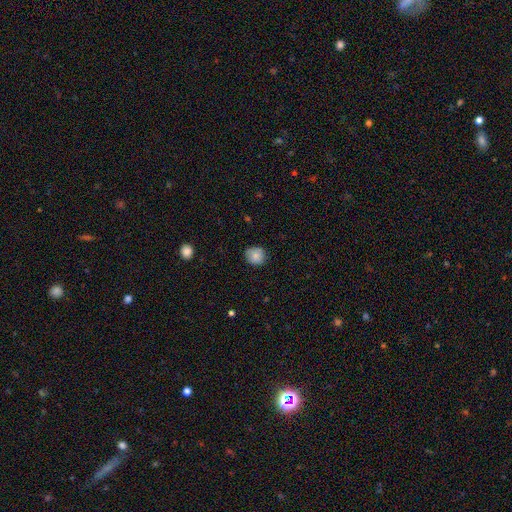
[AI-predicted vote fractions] Q: Smooth or featured?
A: smooth (81%); runner-up: featured or disk (11%)
Q: How rounded?
A: round (86%); runner-up: in between (13%)
Q: Merging?
A: none (81%); runner-up: minor disturbance (15%)